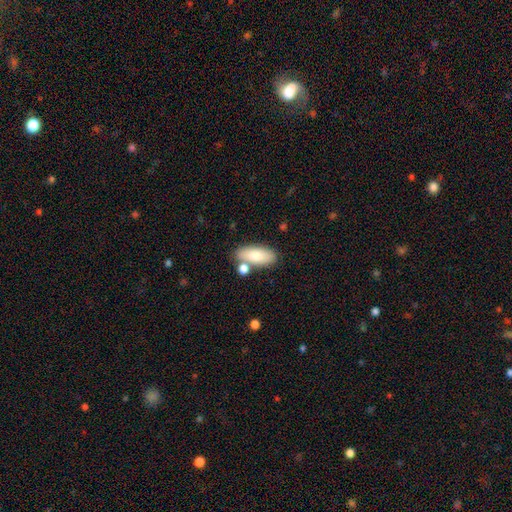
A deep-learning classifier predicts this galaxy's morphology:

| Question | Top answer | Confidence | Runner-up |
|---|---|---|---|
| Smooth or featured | smooth | 82% | featured or disk (11%) |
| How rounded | in between | 82% | cigar-shaped (15%) |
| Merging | none | 68% | merger (15%) |